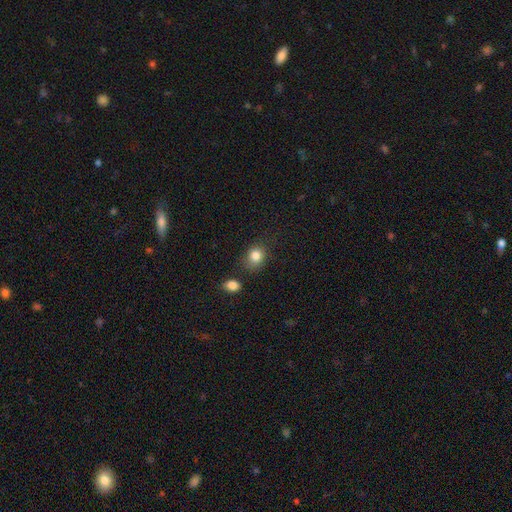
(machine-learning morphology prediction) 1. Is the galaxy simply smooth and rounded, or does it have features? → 84% smooth, 10% star or artifact, 6% featured or disk.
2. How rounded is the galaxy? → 63% round, 36% in between, 1% cigar-shaped.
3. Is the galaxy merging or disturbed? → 70% none, 19% minor disturbance, 6% merger, 6% major disturbance.